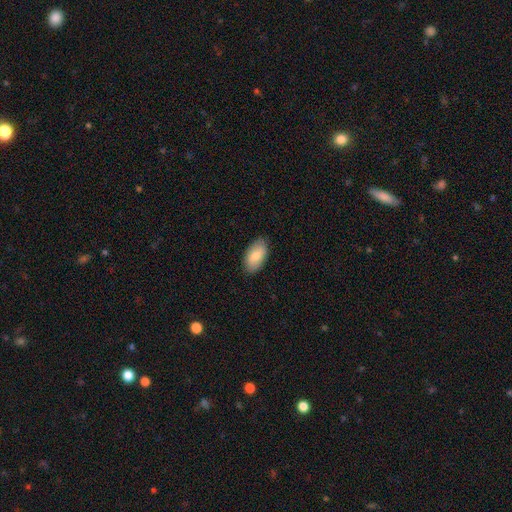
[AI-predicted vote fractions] Smooth or featured?
  - smooth: 78% *
  - featured or disk: 16%
  - star or artifact: 6%
How rounded?
  - in between: 94% *
  - round: 3%
  - cigar-shaped: 2%
Merging?
  - none: 86% *
  - minor disturbance: 11%
  - major disturbance: 2%
  - merger: 1%